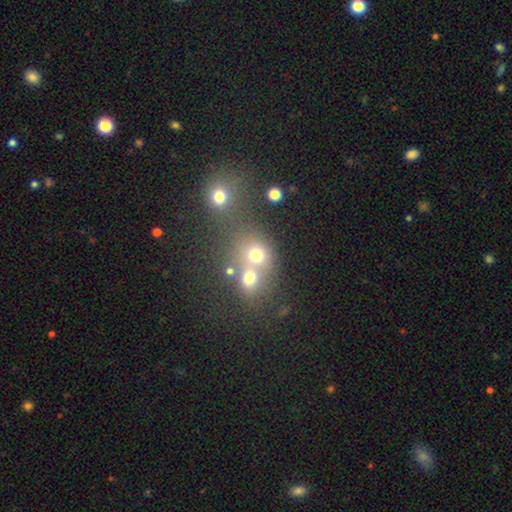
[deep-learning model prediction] Smooth or featured? smooth (67%)
How rounded? round (75%)
Merging? merger (49%)